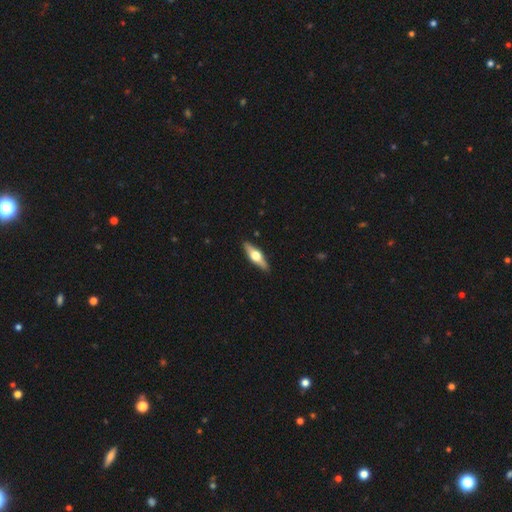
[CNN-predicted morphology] Smooth or featured: featured or disk — 65% (smooth — 30%)
Edge-on disk: yes — 95% (no — 5%)
Edge-on bulge: rounded — 96% (boxy — 3%)
Merging: none — 90% (minor disturbance — 7%)